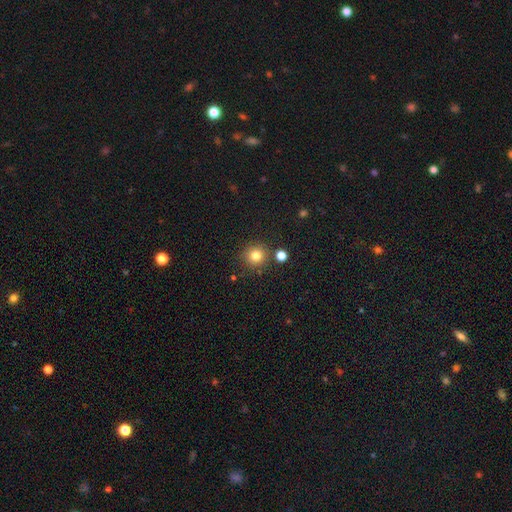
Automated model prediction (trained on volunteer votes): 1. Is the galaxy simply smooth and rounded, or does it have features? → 80% smooth, 14% star or artifact, 6% featured or disk.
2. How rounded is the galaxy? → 92% round, 7% in between, 1% cigar-shaped.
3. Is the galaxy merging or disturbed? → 85% none, 7% minor disturbance, 5% merger, 2% major disturbance.